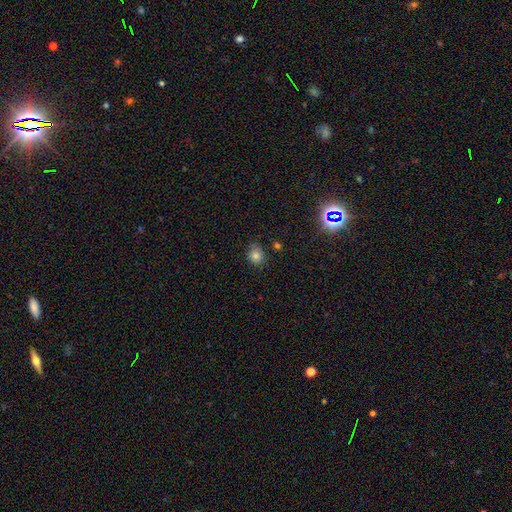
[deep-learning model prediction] Smooth or featured?
  - smooth: 78% *
  - star or artifact: 14%
  - featured or disk: 8%
How rounded?
  - round: 81% *
  - in between: 18%
  - cigar-shaped: 1%
Merging?
  - none: 76% *
  - minor disturbance: 18%
  - major disturbance: 4%
  - merger: 3%